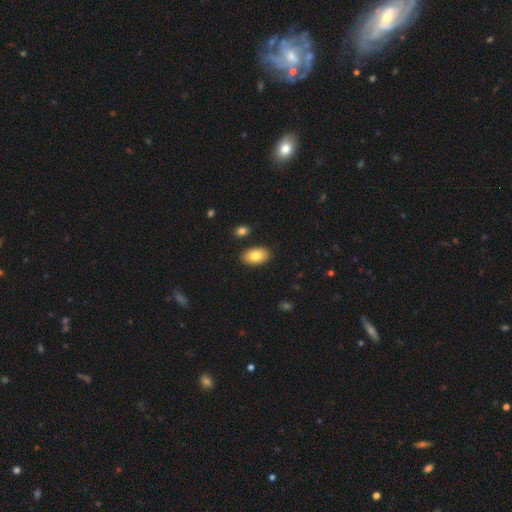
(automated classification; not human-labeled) Morphology: type=smooth (82%); roundness=in between (94%); merging=none (87%).